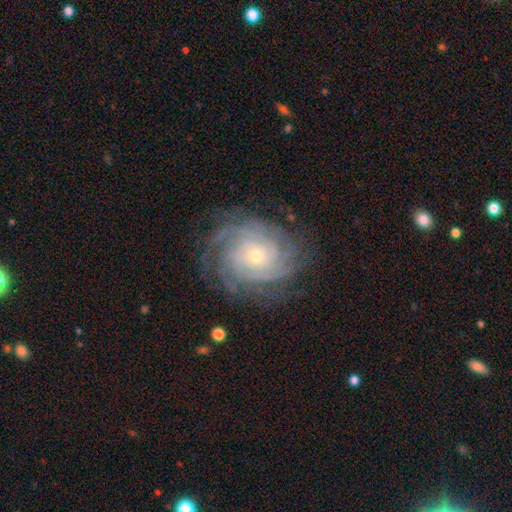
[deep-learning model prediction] featured or disk 87%, smooth 7%, star or artifact 6%. Down the decision tree: edge-on disk — no (97%); bar — no (80%); spiral arms — yes (97%); spiral arm count — can't tell (29%); spiral winding — tight (80%); bulge size — small (67%); merging — none (78%).